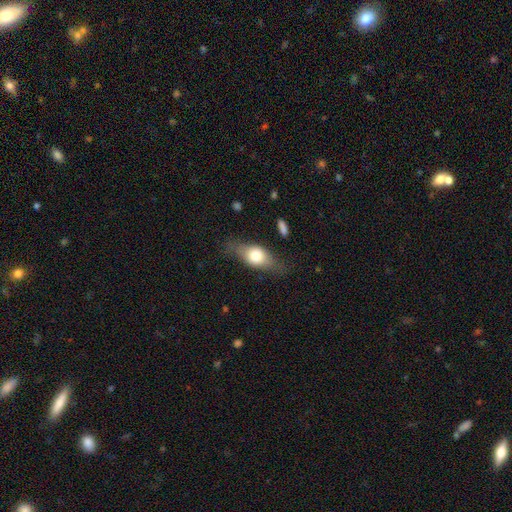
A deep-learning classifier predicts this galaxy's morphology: Smooth or featured?
  - smooth: 60% *
  - featured or disk: 33%
  - star or artifact: 7%
How rounded?
  - in between: 72% *
  - cigar-shaped: 16%
  - round: 12%
Merging?
  - none: 67% *
  - minor disturbance: 22%
  - major disturbance: 9%
  - merger: 2%